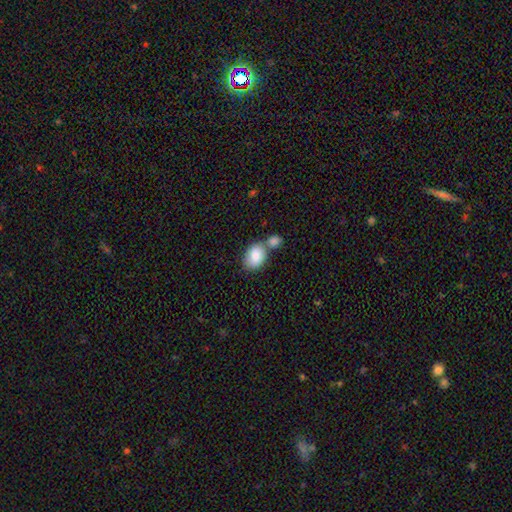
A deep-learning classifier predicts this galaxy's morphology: smooth_or_featured: smooth (p=0.86) [alt: featured or disk p=0.08]
how_rounded: in between (p=0.68) [alt: round p=0.31]
merging: merger (p=0.44) [alt: none p=0.39]